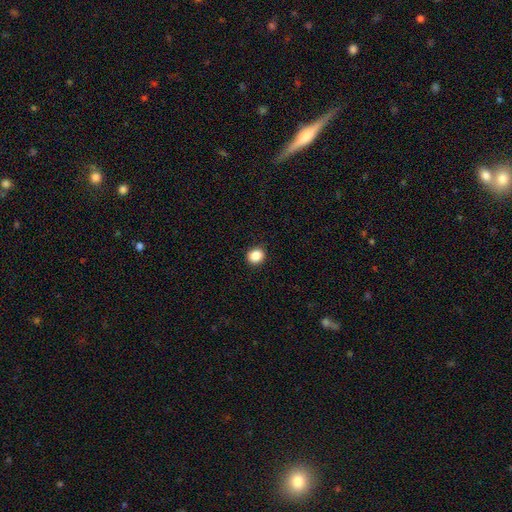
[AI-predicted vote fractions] Smooth or featured? Predicted: smooth (p=0.87). How rounded? Predicted: round (p=0.81). Merging? Predicted: none (p=0.91).